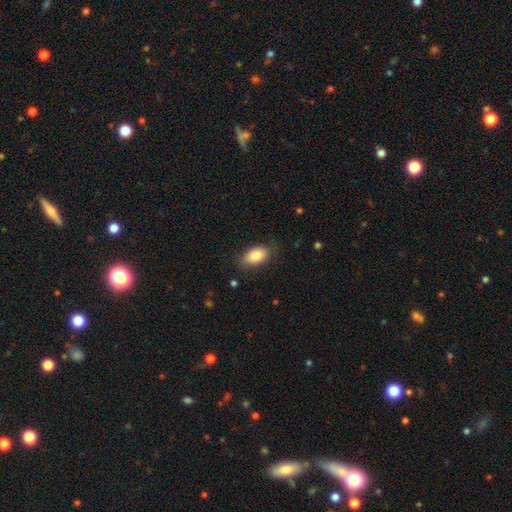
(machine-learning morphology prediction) Smooth or featured?
  - smooth: 83% *
  - featured or disk: 10%
  - star or artifact: 7%
How rounded?
  - in between: 92% *
  - round: 6%
  - cigar-shaped: 2%
Merging?
  - none: 78% *
  - minor disturbance: 17%
  - major disturbance: 4%
  - merger: 1%